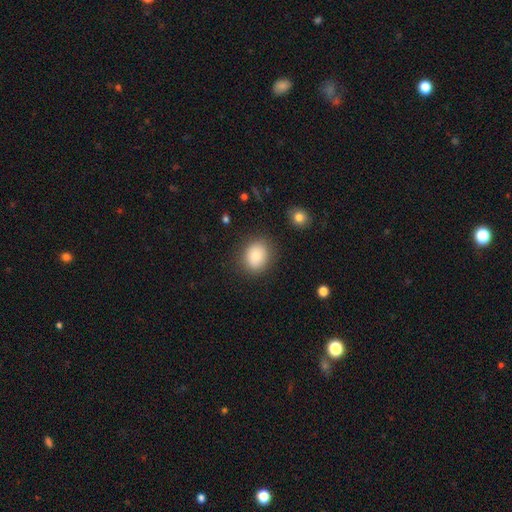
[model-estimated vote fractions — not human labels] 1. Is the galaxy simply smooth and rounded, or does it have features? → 82% smooth, 9% featured or disk, 9% star or artifact.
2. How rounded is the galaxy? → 55% round, 44% in between, 1% cigar-shaped.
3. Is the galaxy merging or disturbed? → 83% none, 11% minor disturbance, 4% major disturbance, 2% merger.